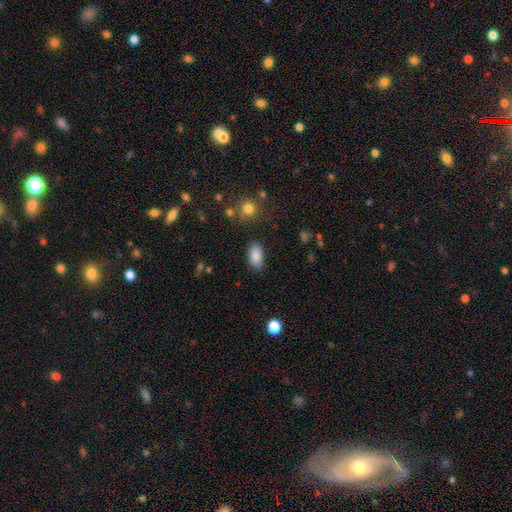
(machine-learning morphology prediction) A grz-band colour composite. It shows a smooth galaxy with no disk features (87%) that is in between round and cigar-shaped (93%). Merging: none (84%).